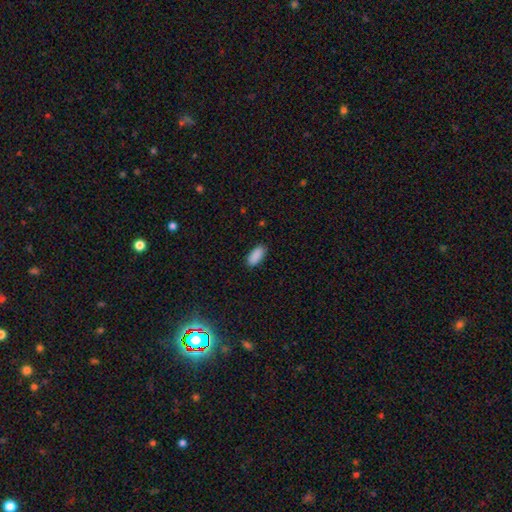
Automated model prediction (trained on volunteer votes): smooth_or_featured: smooth (p=0.90) [alt: star or artifact p=0.07]
how_rounded: in between (p=0.89) [alt: cigar-shaped p=0.09]
merging: none (p=0.88) [alt: minor disturbance p=0.09]